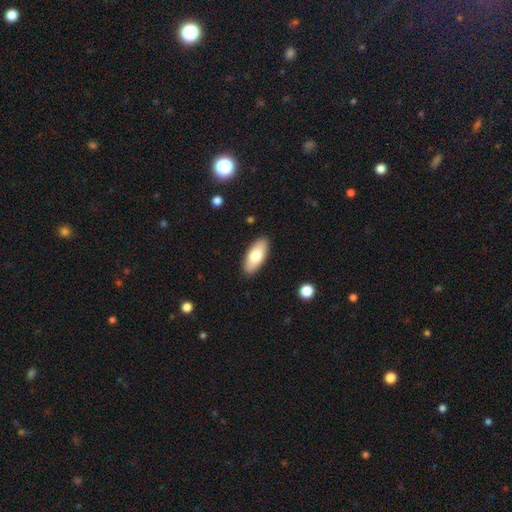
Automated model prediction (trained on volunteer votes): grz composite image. It shows a smooth galaxy with no disk features (75%) that is in between round and cigar-shaped (87%). Merging: none (89%).